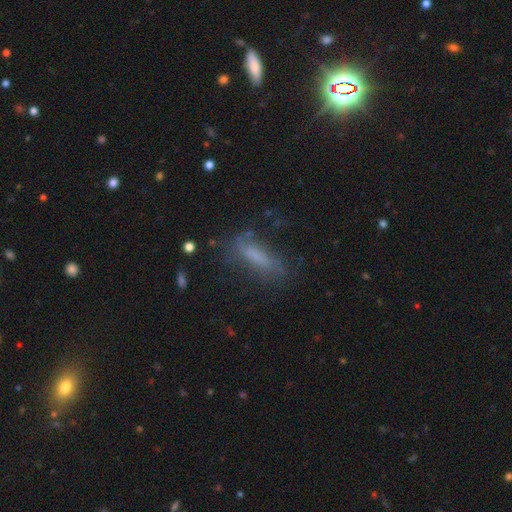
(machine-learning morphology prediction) Smooth or featured?
  - smooth: 61% *
  - featured or disk: 26%
  - star or artifact: 13%
How rounded?
  - cigar-shaped: 65% *
  - in between: 32%
  - round: 2%
Merging?
  - none: 64% *
  - minor disturbance: 21%
  - major disturbance: 12%
  - merger: 3%